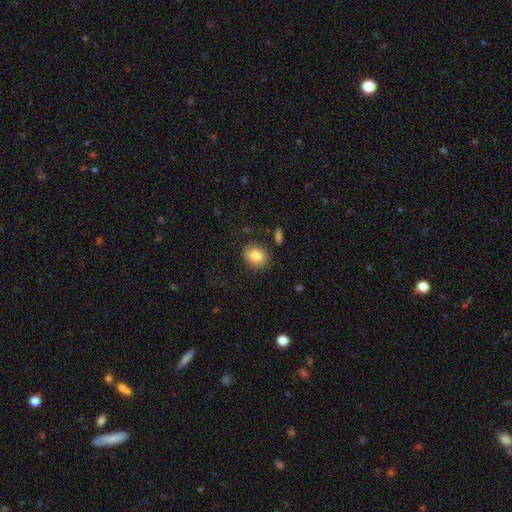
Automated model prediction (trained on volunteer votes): Smooth or featured: smooth — 85% (star or artifact — 8%)
How rounded: round — 59% (in between — 40%)
Merging: none — 81% (minor disturbance — 12%)